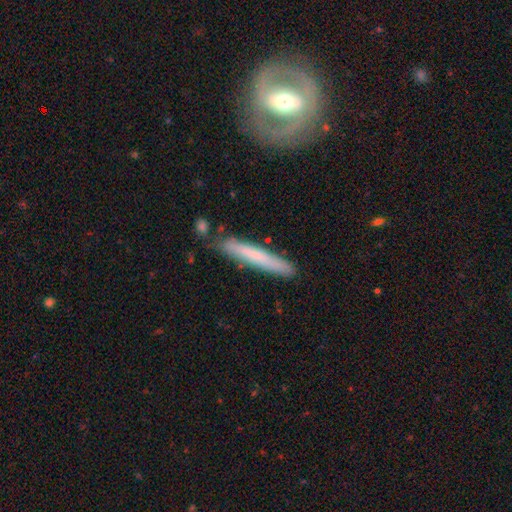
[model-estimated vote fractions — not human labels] smooth_or_featured: smooth (p=0.64) [alt: featured or disk p=0.30]
how_rounded: cigar-shaped (p=0.95) [alt: in between p=0.03]
merging: none (p=0.81) [alt: minor disturbance p=0.13]